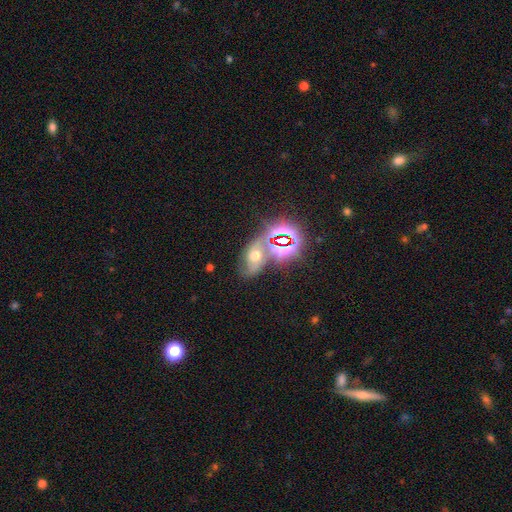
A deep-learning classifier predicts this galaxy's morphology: A featured or disk galaxy (36%). Merging: none (52%).